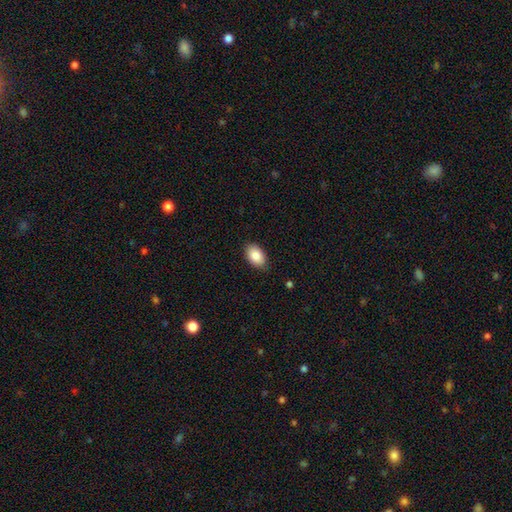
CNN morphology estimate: This appears to be a smooth galaxy with no disk features (86%) that is in between round and cigar-shaped (90%). Merging: none (86%).